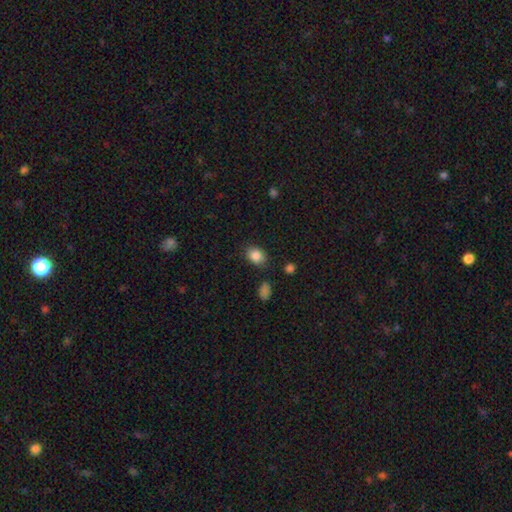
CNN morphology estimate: smooth-or-featured: smooth: 85% | star or artifact: 9% | featured or disk: 5%
  how-rounded: in between: 64% | round: 35% | cigar-shaped: 1%
  merging: none: 82% | minor disturbance: 12% | major disturbance: 3% | merger: 3%